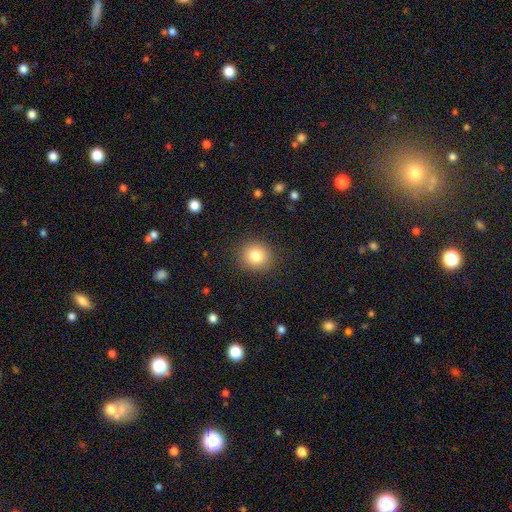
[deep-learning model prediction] The model was most divided on "smooth or featured": smooth: 82%, star or artifact: 10%, featured or disk: 8%. More confident: merging — none (89%); how rounded — round (87%).